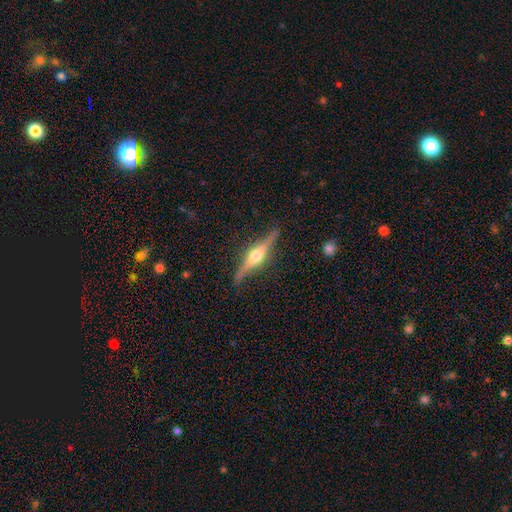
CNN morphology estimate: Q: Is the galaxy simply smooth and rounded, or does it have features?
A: featured or disk — 81%.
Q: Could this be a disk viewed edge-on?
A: yes — 97%.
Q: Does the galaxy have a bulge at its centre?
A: rounded — 94%.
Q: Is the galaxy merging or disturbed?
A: none — 87%.